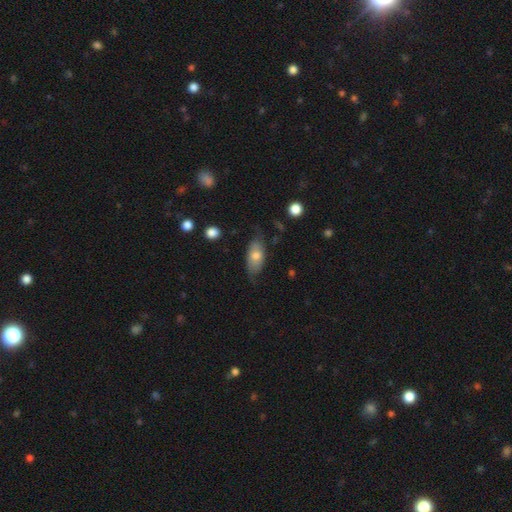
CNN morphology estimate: This appears to be a smooth galaxy with no disk features (68%) that is in between round and cigar-shaped (87%). Merging: none (66%).